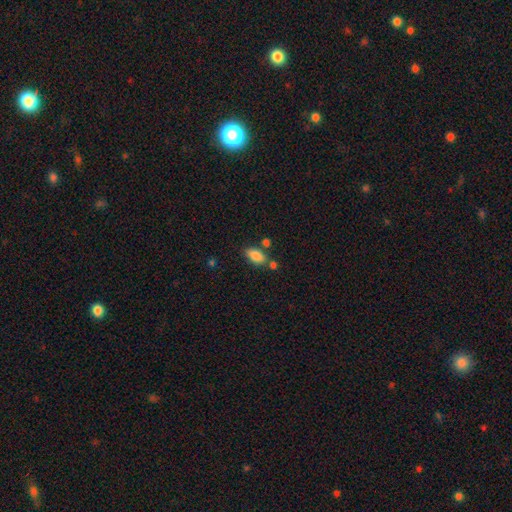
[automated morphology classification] type=smooth (86%); roundness=in between (88%); merging=none (67%).